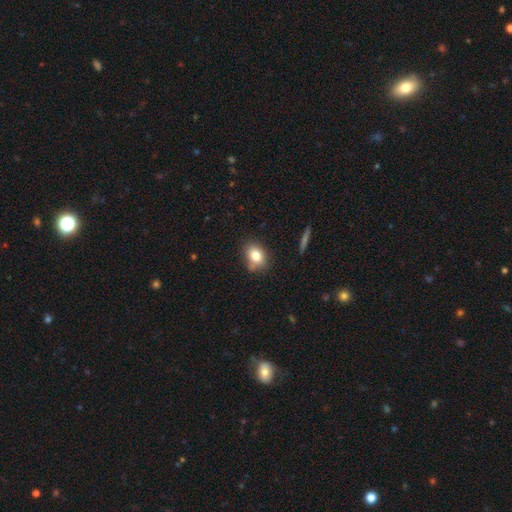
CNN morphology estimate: A smooth galaxy with no disk features (80%) that is in between round and cigar-shaped (62%). Merging: none (73%).